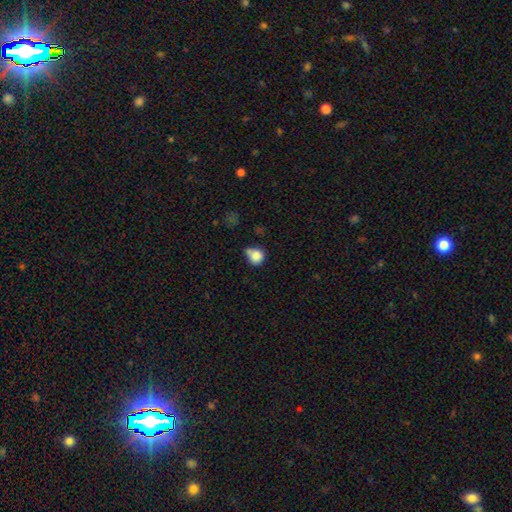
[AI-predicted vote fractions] Smooth or featured: smooth — 84% (star or artifact — 10%)
How rounded: round — 81% (in between — 18%)
Merging: none — 44% (minor disturbance — 32%)